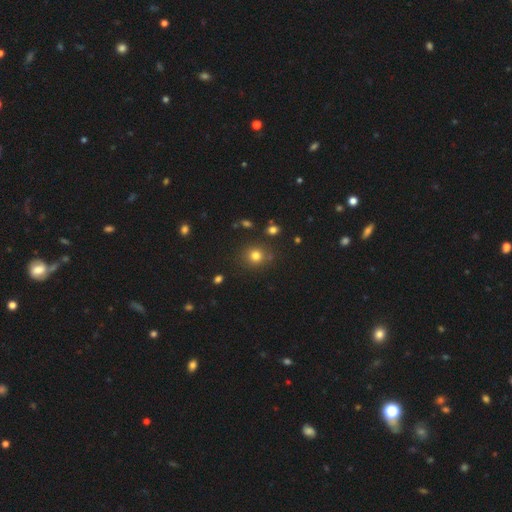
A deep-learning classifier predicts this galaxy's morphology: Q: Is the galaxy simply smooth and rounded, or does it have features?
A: smooth — 77%.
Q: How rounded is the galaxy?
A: round — 86%.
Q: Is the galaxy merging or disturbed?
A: none — 82%.